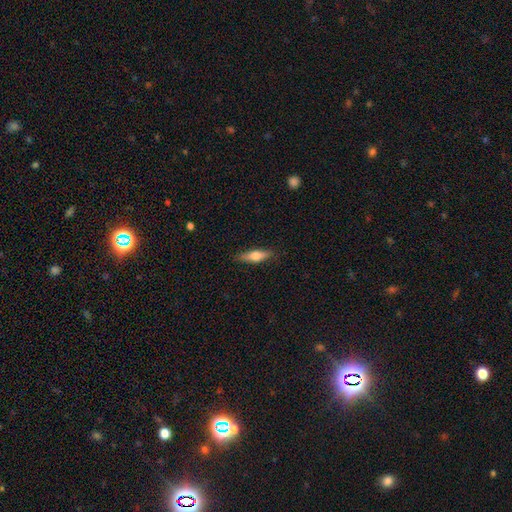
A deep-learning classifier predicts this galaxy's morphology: Smooth or featured? Predicted: smooth (p=0.63). How rounded? Predicted: cigar-shaped (p=0.55). Merging? Predicted: none (p=0.86).